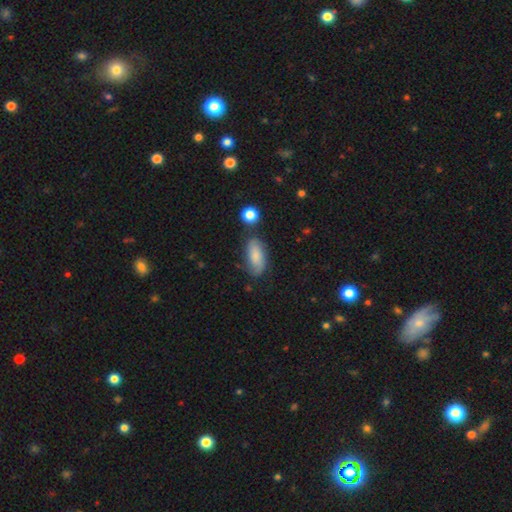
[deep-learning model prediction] smooth_or_featured: smooth (p=0.71) [alt: featured or disk p=0.21]
how_rounded: in between (p=0.89) [alt: cigar-shaped p=0.08]
merging: none (p=0.63) [alt: minor disturbance p=0.24]